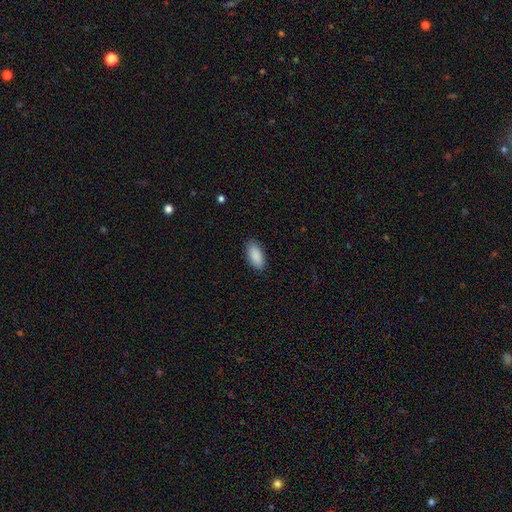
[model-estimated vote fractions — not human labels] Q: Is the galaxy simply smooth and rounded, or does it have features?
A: smooth — 91%.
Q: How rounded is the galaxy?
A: in between — 93%.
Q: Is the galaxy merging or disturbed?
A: none — 88%.